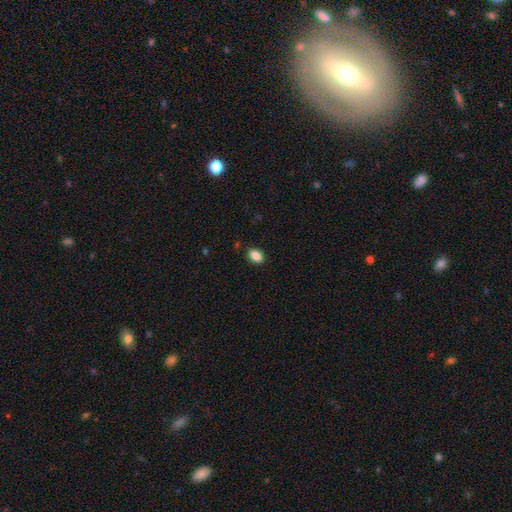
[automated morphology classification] Smooth or featured: smooth — 88% (star or artifact — 9%)
How rounded: in between — 79% (round — 20%)
Merging: none — 89% (minor disturbance — 8%)